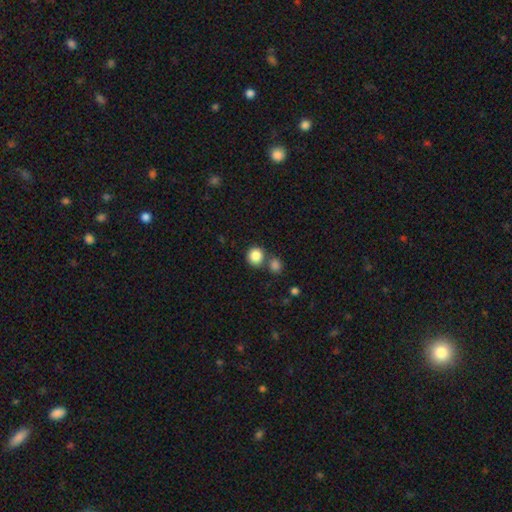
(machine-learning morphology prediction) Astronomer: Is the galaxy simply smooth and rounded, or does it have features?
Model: smooth — 86%.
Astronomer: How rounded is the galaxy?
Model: round — 89%.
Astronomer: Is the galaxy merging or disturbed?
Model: none — 64%.